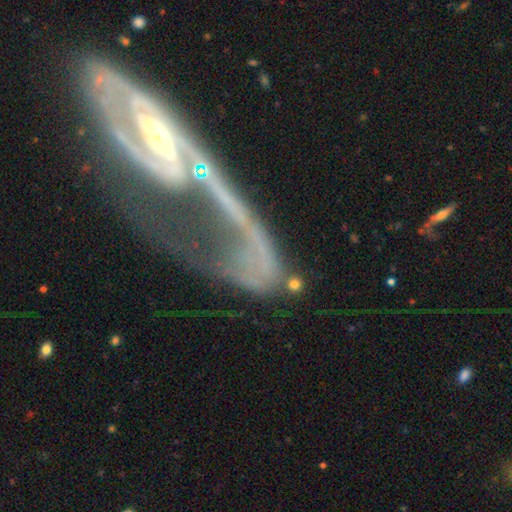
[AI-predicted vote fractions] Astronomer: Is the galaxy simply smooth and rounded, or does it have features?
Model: featured or disk — 76%.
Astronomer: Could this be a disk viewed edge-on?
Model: no — 89%.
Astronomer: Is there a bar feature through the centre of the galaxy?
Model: no — 42% (runner-up: strong, 31%).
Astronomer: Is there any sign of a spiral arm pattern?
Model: yes — 72%.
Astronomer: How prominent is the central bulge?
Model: small — 47% (runner-up: moderate, 32%).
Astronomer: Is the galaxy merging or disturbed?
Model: major disturbance — 41% (runner-up: merger, 28%).